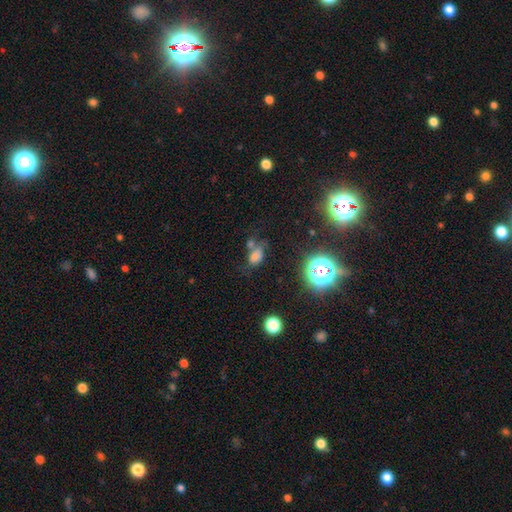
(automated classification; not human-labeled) A smooth galaxy with no disk features (59%) that is in between round and cigar-shaped (77%). Merging: none (41%).